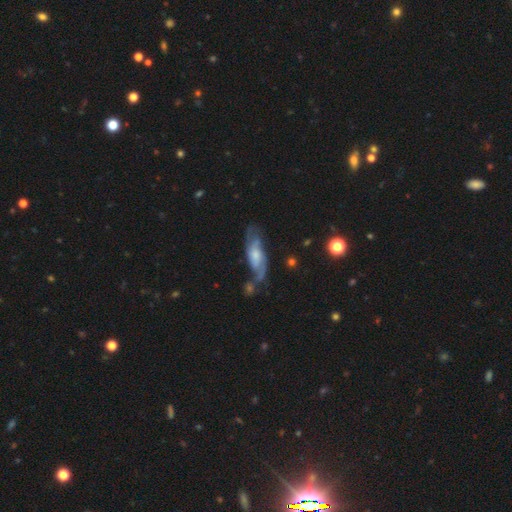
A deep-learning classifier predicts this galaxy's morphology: The model was most divided on "bulge size": moderate: 43%, small: 33%, large: 13%, none: 9%, dominant: 2%. Remaining: spiral arms — yes (89%); edge-on disk — no (84%); spiral arm count — 2 (68%); smooth or featured — featured or disk (68%); bar — no (59%); merging — none (51%); spiral winding — medium (44%).